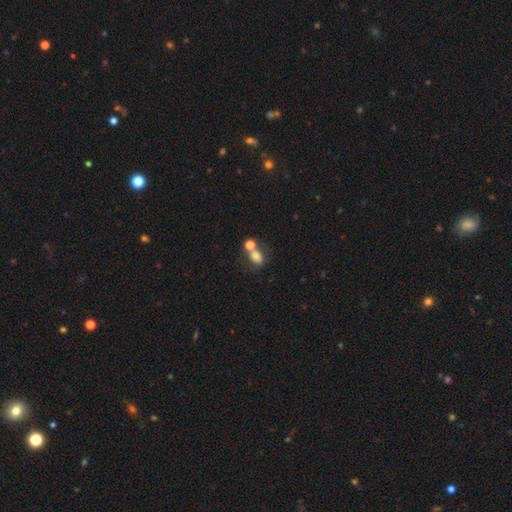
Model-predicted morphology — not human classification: A smooth galaxy with no disk features (70%) that is in between round and cigar-shaped (71%).

Vote fractions:
- Smooth or featured? smooth: 70% / featured or disk: 18% / star or artifact: 12%
- How rounded? in between: 71% / round: 27% / cigar-shaped: 2%
- Merging? merger: 43% / none: 36% / minor disturbance: 13% / major disturbance: 8%